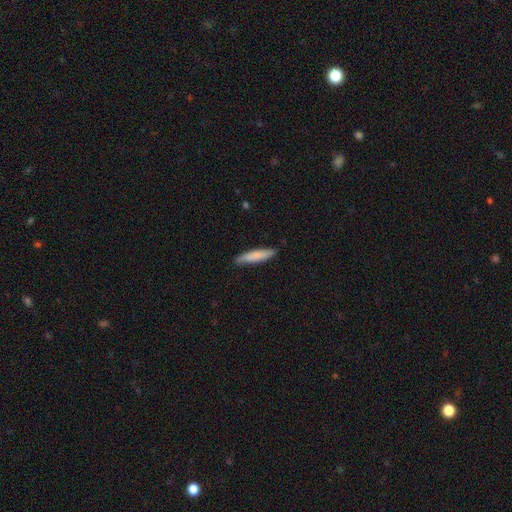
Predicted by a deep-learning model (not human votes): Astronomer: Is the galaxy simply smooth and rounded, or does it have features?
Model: smooth — 79%.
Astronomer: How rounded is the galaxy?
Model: cigar-shaped — 85%.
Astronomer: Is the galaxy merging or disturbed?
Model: none — 85%.